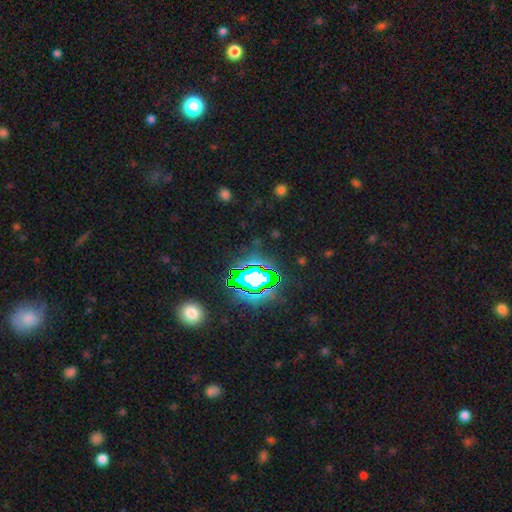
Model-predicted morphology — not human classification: This appears to be a star or artifact, not a galaxy (75%).